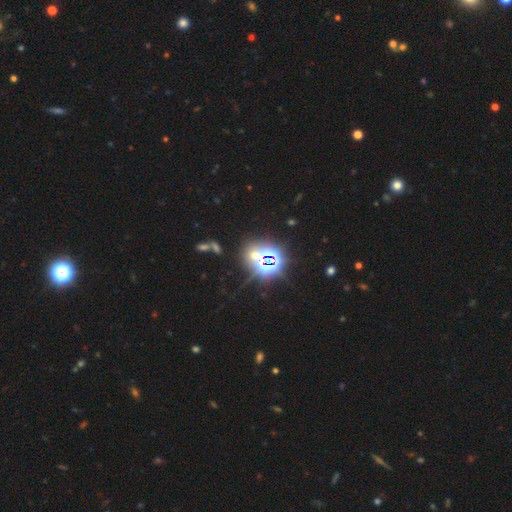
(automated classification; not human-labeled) Smooth or featured?
  - star or artifact: 69% *
  - smooth: 22%
  - featured or disk: 9%